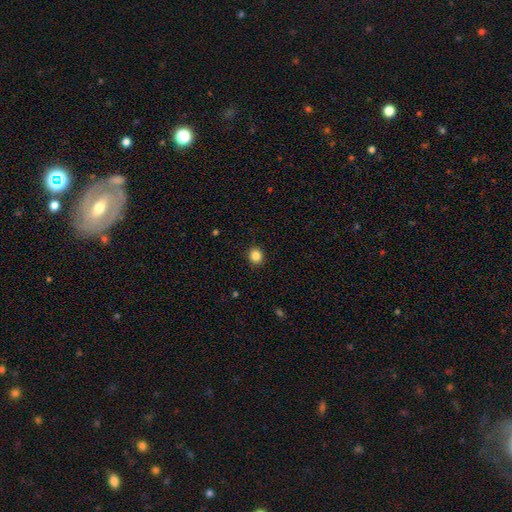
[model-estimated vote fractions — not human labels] A smooth galaxy with no disk features (85%) that is round (85%). Merging: none (92%).